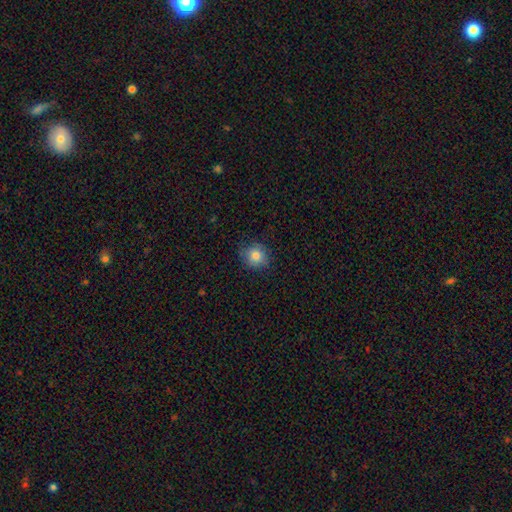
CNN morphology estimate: This is clearly a smooth galaxy (83%). How rounded: clearly round (86%). Merging: clearly none (82%).